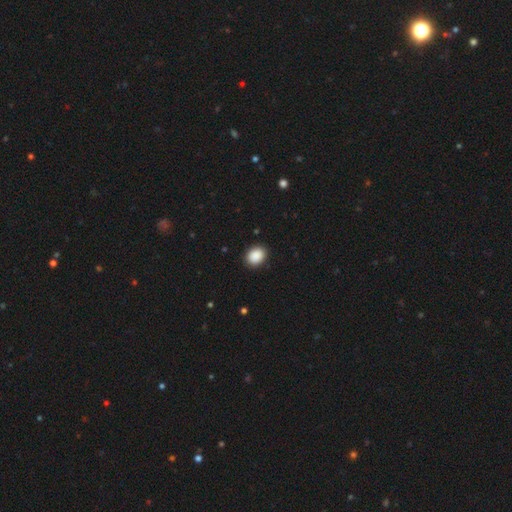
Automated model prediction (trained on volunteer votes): Overall: smooth (90%). How rounded: in between (55%; round 44%). Merging: none (90%).